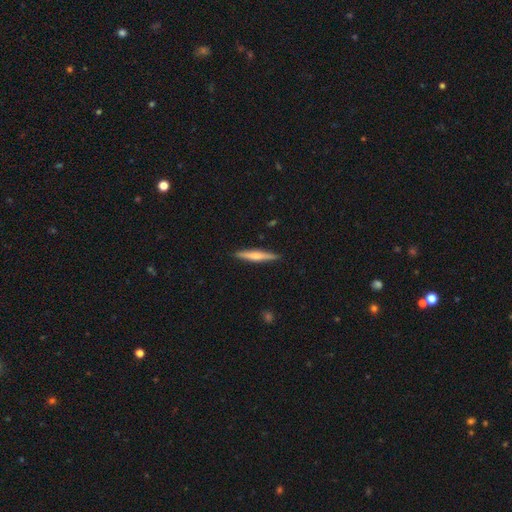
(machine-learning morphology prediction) type=featured or disk (49%); merging=none (91%).